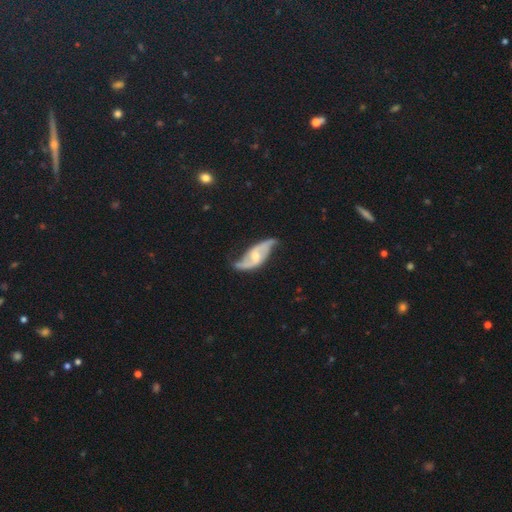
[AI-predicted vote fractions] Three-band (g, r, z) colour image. It shows a featured or disk galaxy (84%) with no bar (44%), 2 (91%) loose (68%) spiral arms (94%) and a moderate central bulge (48%). Merging: none (62%).